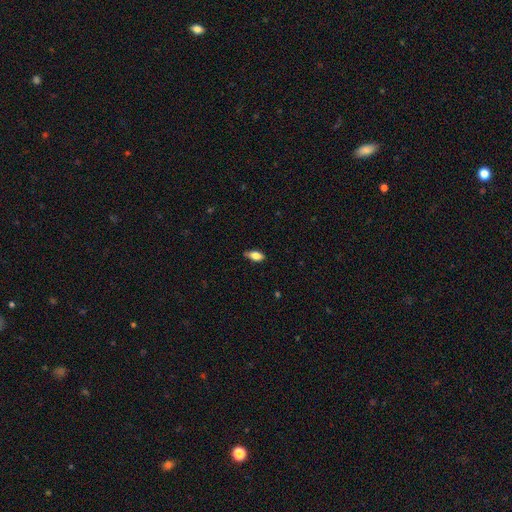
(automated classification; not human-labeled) smooth_or_featured: smooth (p=0.80) [alt: featured or disk p=0.13]
how_rounded: in between (p=0.87) [alt: cigar-shaped p=0.09]
merging: none (p=0.75) [alt: minor disturbance p=0.21]